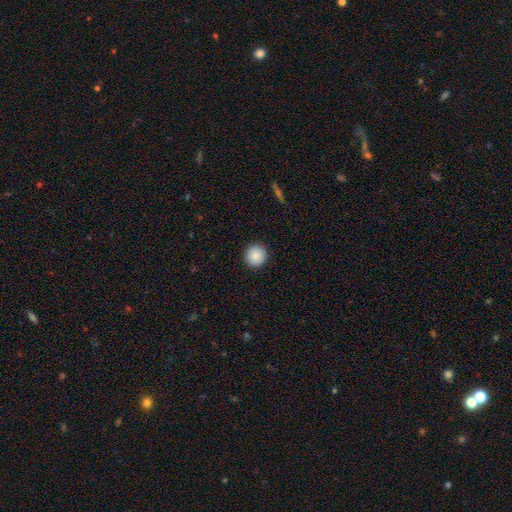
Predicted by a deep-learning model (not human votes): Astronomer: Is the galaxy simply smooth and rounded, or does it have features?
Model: smooth — 88%.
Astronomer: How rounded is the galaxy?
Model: round — 94%.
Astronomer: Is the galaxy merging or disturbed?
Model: none — 93%.